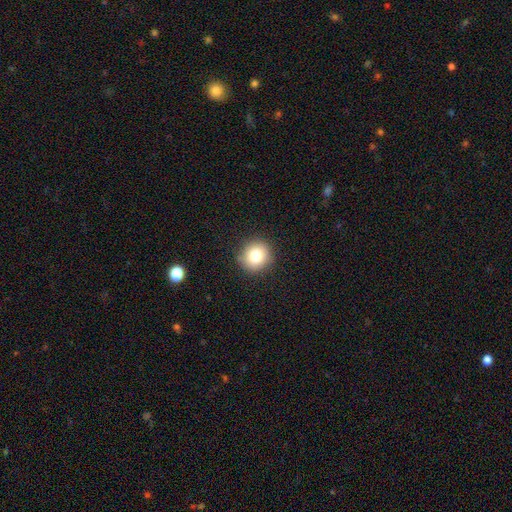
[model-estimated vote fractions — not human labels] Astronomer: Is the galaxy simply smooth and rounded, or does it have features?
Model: smooth — 79%.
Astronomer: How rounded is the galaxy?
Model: round — 90%.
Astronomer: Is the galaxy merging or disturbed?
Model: none — 89%.